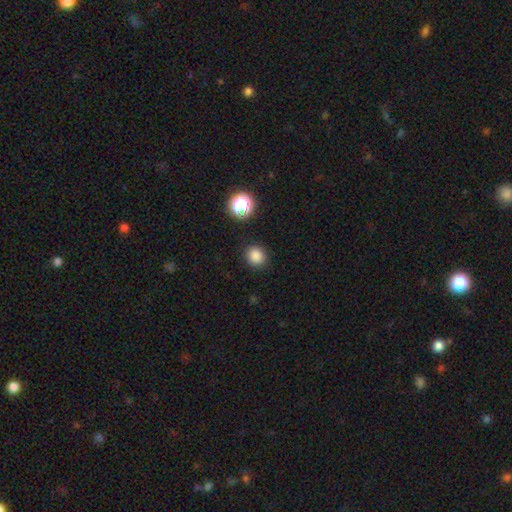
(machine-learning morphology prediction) Smooth or featured? Predicted: smooth (p=0.83). How rounded? Predicted: round (p=0.82). Merging? Predicted: none (p=0.89).